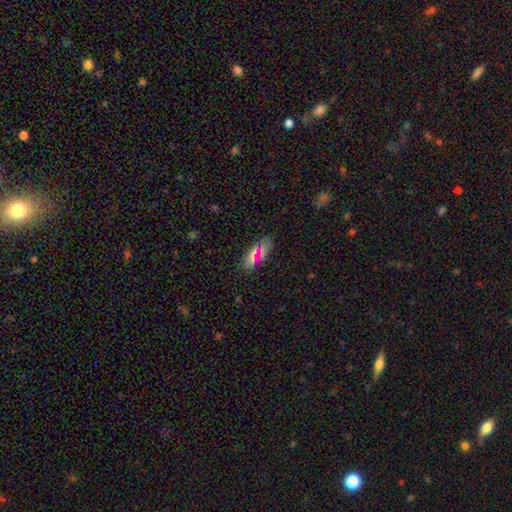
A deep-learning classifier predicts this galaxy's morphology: Smooth or featured? smooth (69%)
How rounded? in between (73%)
Merging? none (82%)